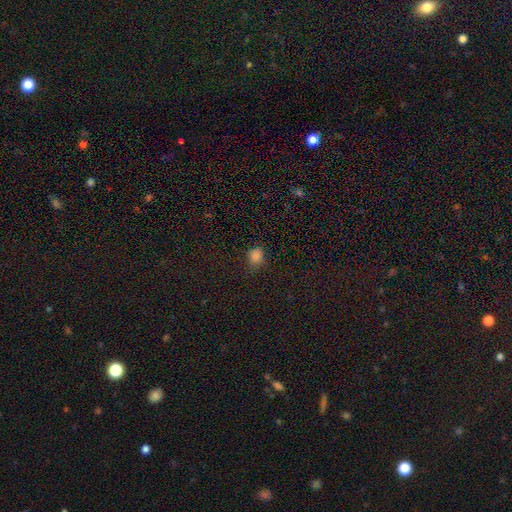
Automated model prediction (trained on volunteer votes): smooth_or_featured: smooth (p=0.80) [alt: star or artifact p=0.17]
how_rounded: round (p=0.61) [alt: in between p=0.37]
merging: none (p=0.75) [alt: minor disturbance p=0.18]